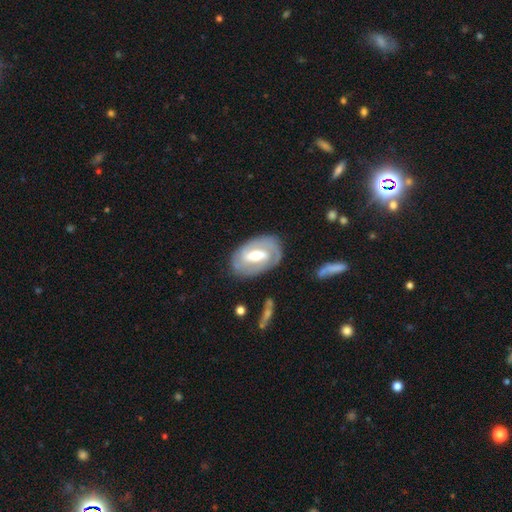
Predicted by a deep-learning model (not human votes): A featured or disk galaxy (75%) with a strong bar (45%), 2 (66%) tight (52%) spiral arms (78%) and a moderate central bulge (65%). Merging: none (77%).